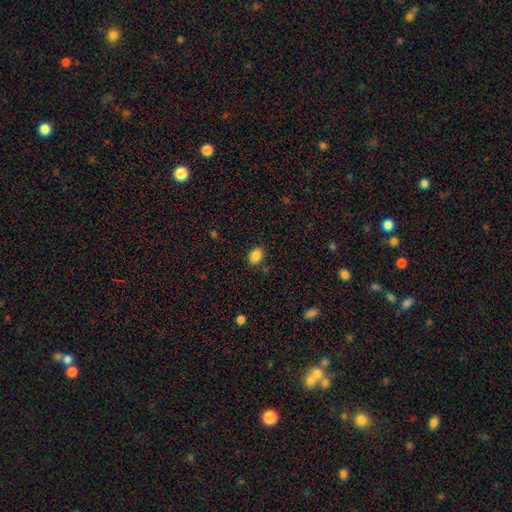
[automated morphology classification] smooth-or-featured: smooth: 87% | star or artifact: 9% | featured or disk: 4%
  how-rounded: in between: 74% | round: 24% | cigar-shaped: 1%
  merging: none: 84% | minor disturbance: 11% | major disturbance: 3% | merger: 2%